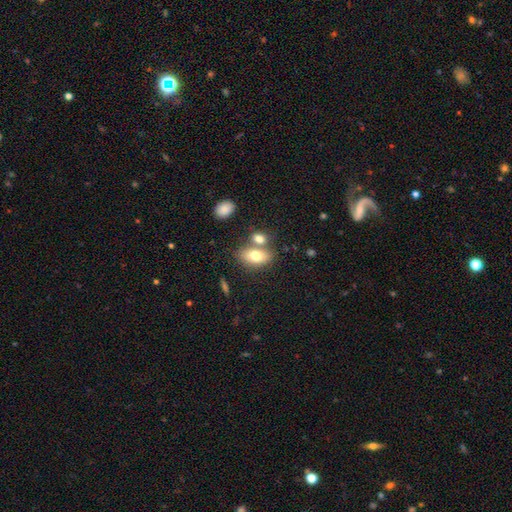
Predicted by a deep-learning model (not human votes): This is likely a smooth galaxy (74%). How rounded: clearly in between (86%). Merging: possibly none (54%).